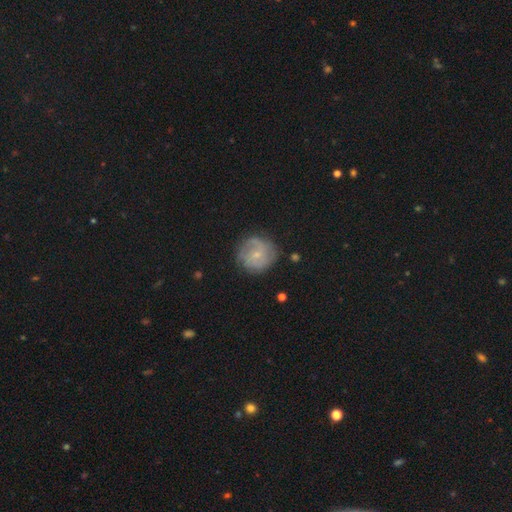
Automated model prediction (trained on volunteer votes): The model was most divided on "smooth or featured": featured or disk: 60%, smooth: 33%, star or artifact: 7%. More confident: edge-on disk — no (98%); spiral arms — yes (81%); merging — none (74%); bulge size — small (72%); bar — no (62%).